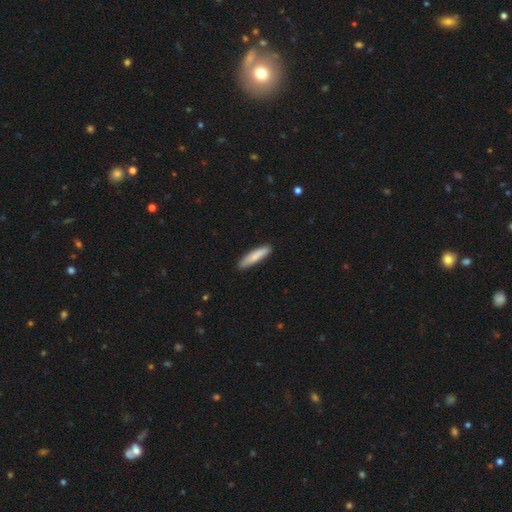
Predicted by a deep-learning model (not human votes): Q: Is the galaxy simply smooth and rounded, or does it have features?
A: smooth — 82%.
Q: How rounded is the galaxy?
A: cigar-shaped — 80%.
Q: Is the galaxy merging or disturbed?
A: none — 89%.